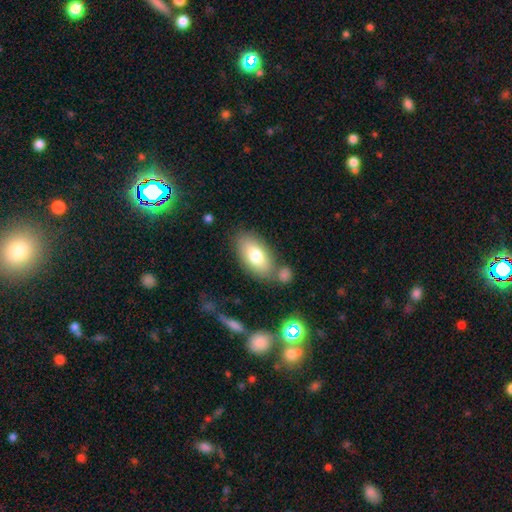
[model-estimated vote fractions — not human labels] Smooth or featured? smooth (76%)
How rounded? in between (92%)
Merging? none (70%)